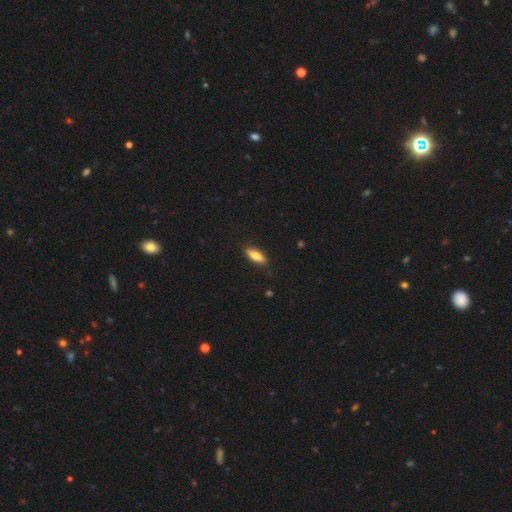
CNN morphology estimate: Q: Smooth or featured?
A: smooth (78%); runner-up: featured or disk (15%)
Q: How rounded?
A: in between (66%); runner-up: cigar-shaped (32%)
Q: Merging?
A: none (84%); runner-up: minor disturbance (12%)